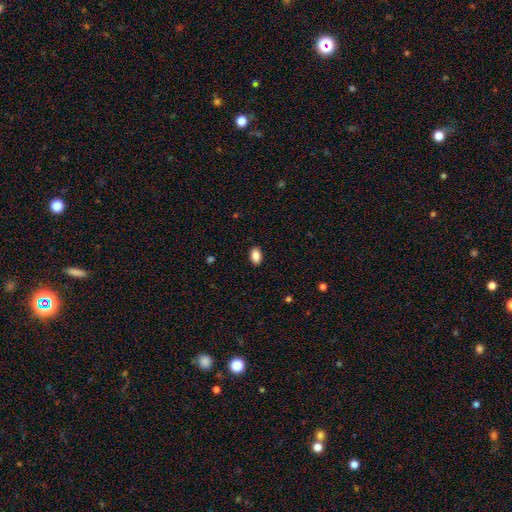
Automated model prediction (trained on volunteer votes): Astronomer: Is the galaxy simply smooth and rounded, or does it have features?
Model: smooth — 88%.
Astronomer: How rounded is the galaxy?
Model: in between — 91%.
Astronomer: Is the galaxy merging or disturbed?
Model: none — 89%.